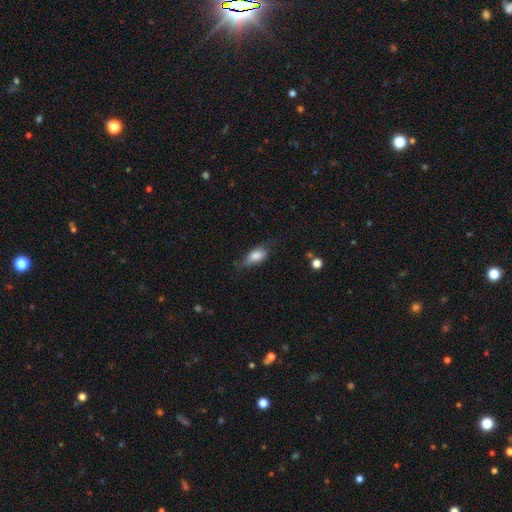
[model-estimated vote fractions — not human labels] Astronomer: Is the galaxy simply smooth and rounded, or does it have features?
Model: smooth — 77%.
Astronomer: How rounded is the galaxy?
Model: in between — 84%.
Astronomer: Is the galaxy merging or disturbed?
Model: none — 53% (runner-up: minor disturbance, 34%).